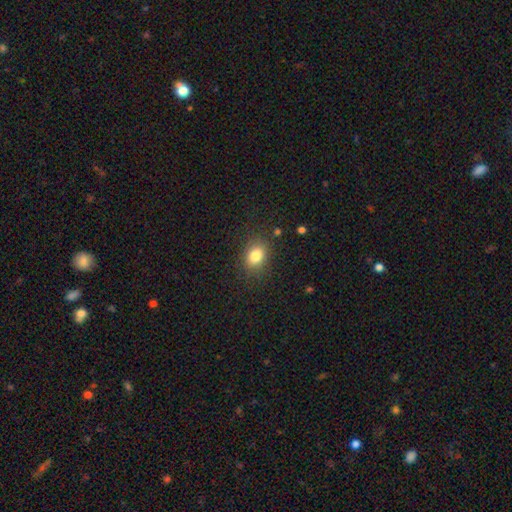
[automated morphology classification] A smooth galaxy with no disk features (82%) that is in between round and cigar-shaped (62%).

Vote fractions:
- Smooth or featured? smooth: 82% / star or artifact: 11% / featured or disk: 7%
- How rounded? in between: 62% / round: 37% / cigar-shaped: 1%
- Merging? none: 83% / minor disturbance: 12% / major disturbance: 4% / merger: 2%